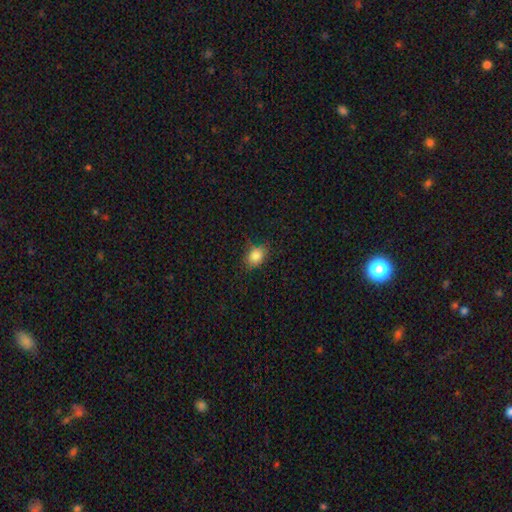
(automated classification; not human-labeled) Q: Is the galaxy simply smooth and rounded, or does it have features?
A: smooth — 83%.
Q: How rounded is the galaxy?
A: in between — 57%.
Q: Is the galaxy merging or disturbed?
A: none — 76%.